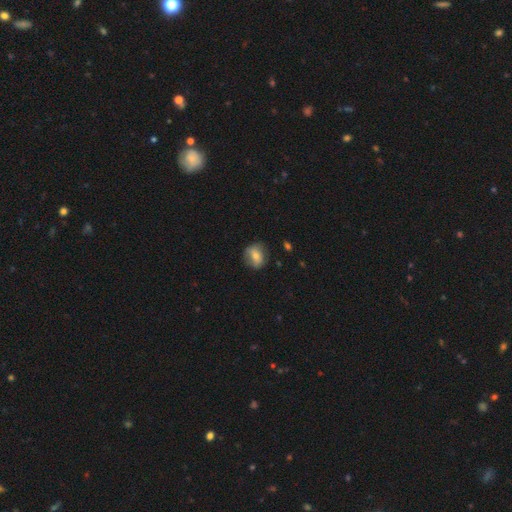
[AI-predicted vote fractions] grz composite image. It shows a smooth galaxy with no disk features (63%) that is round (61%). Merging: none (75%).